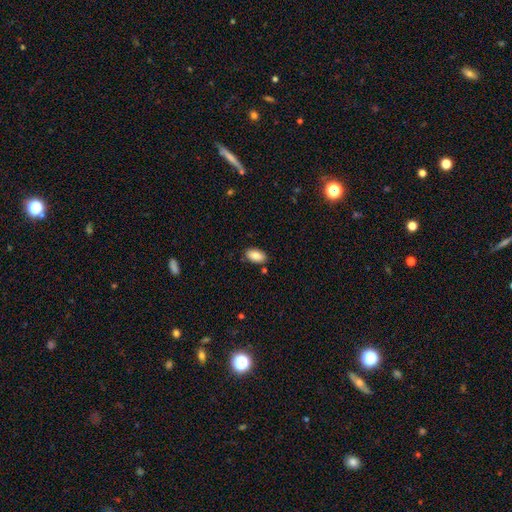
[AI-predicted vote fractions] smooth 86%, featured or disk 7%, star or artifact 7%. Down the decision tree: how rounded — in between (94%); merging — none (84%).